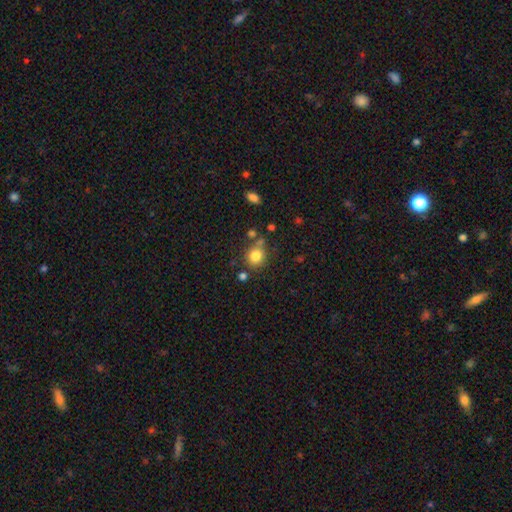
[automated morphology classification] smooth_or_featured: smooth (p=0.81) [alt: star or artifact p=0.12]
how_rounded: round (p=0.80) [alt: in between p=0.19]
merging: none (p=0.69) [alt: minor disturbance p=0.13]